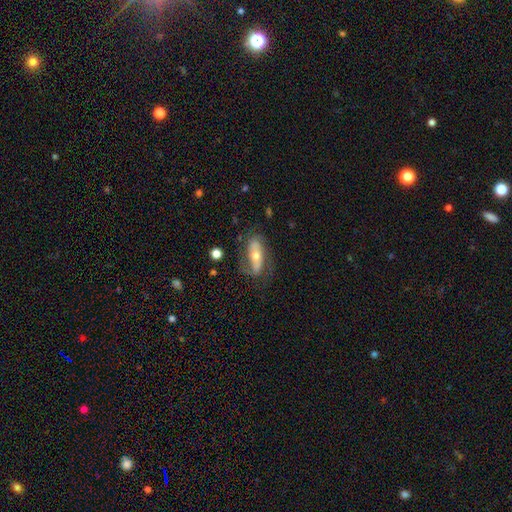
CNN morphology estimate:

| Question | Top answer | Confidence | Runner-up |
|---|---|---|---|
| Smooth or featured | featured or disk | 62% | smooth (31%) |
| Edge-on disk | no | 81% | yes (19%) |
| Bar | no | 43% | strong (35%) |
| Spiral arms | yes | 75% | no (25%) |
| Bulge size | moderate | 57% | small (36%) |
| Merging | none | 65% | minor disturbance (21%) |